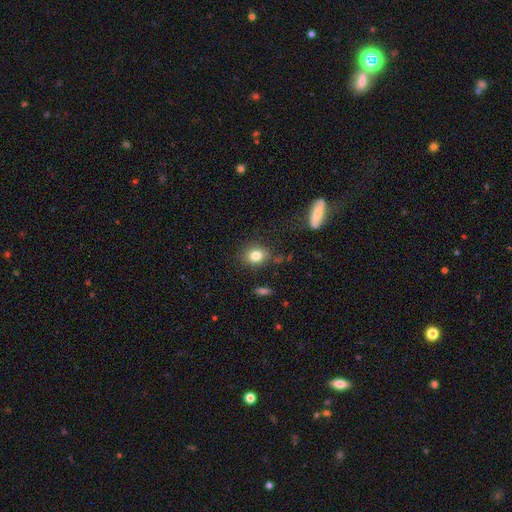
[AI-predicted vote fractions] Smooth or featured? smooth (81%)
How rounded? round (59%)
Merging? none (82%)